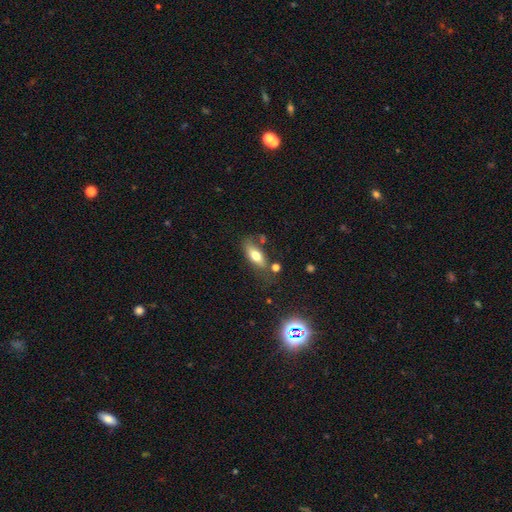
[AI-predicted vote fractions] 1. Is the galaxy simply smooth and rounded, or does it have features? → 69% smooth, 23% featured or disk, 8% star or artifact.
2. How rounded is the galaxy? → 75% in between, 21% cigar-shaped, 4% round.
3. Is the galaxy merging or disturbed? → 66% none, 19% minor disturbance, 9% merger, 6% major disturbance.